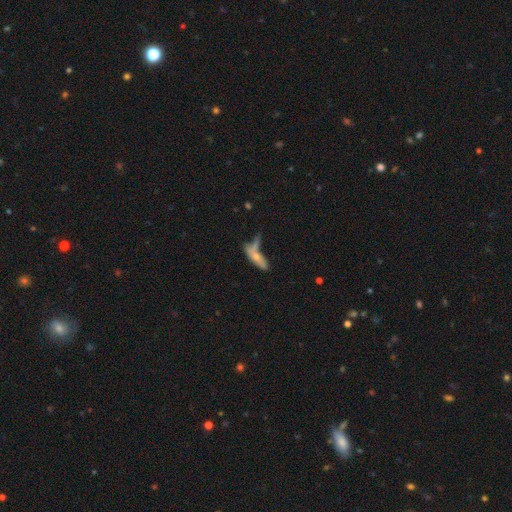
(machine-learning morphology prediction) The model was most divided on "merging": merger: 35%, none: 30%, major disturbance: 18%, minor disturbance: 18%. More confident: smooth or featured — smooth (58%); how rounded — cigar-shaped (53%).